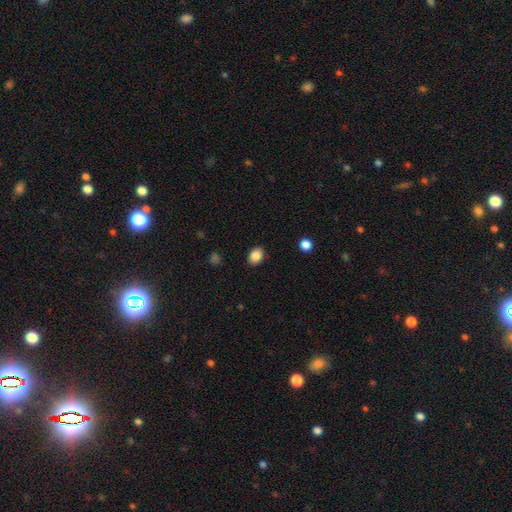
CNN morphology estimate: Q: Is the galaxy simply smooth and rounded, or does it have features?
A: smooth — 87%.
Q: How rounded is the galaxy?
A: in between — 70%.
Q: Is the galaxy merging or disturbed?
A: none — 87%.